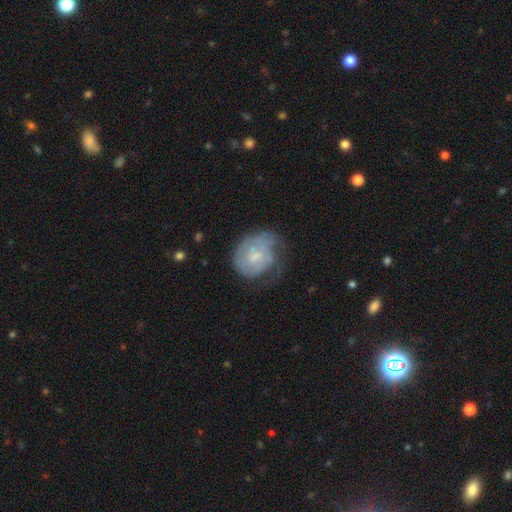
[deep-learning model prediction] Smooth or featured? featured or disk (56%)
Edge-on disk? no (97%)
Bar? no (64%)
Spiral arms? yes (74%)
Bulge size? small (49%)
Merging? none (41%)